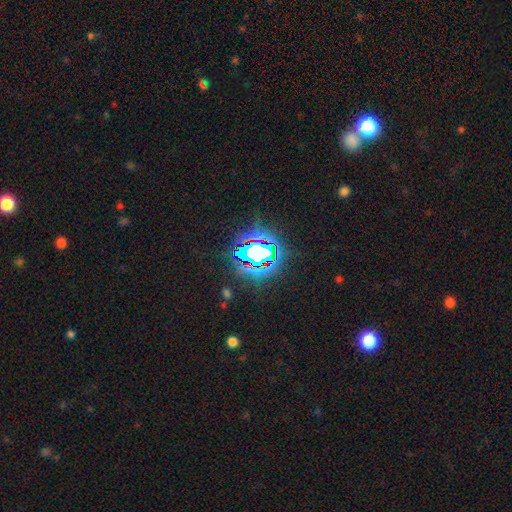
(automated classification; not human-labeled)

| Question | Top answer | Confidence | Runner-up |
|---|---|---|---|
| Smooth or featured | star or artifact | 81% | smooth (11%) |